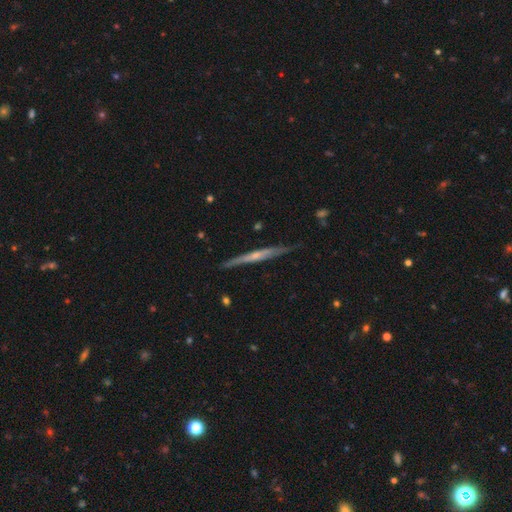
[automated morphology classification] Smooth or featured: featured or disk — 68% (smooth — 26%)
Edge-on disk: yes — 97% (no — 3%)
Edge-on bulge: none — 47% (tied with rounded — 47%)
Merging: none — 83% (minor disturbance — 14%)